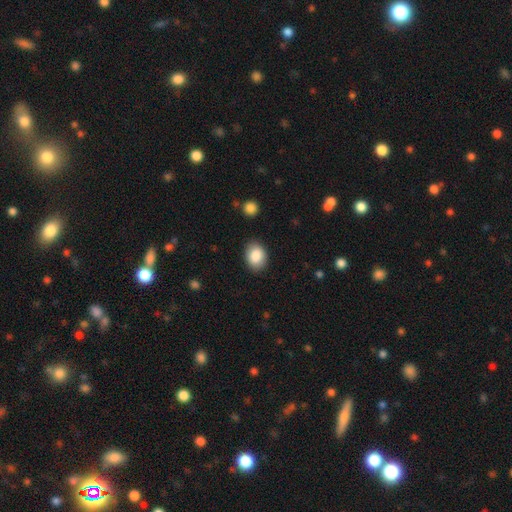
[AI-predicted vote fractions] The model was most divided on "how rounded": in between: 65%, round: 34%, cigar-shaped: 1%. More confident: smooth or featured — smooth (87%); merging — none (86%).